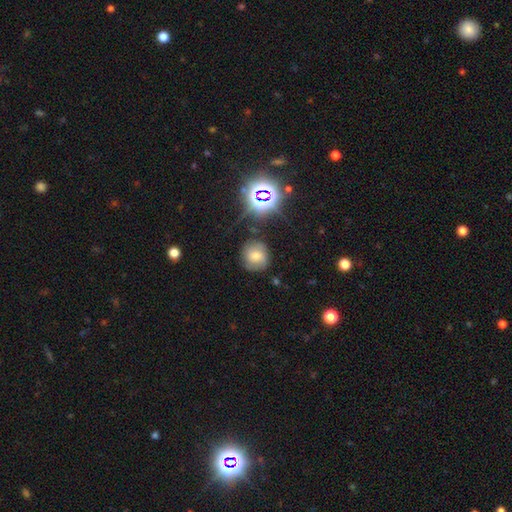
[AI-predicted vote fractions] Smooth or featured?
  - smooth: 45% *
  - featured or disk: 28%
  - star or artifact: 27%
Merging?
  - none: 76% *
  - minor disturbance: 16%
  - major disturbance: 6%
  - merger: 2%